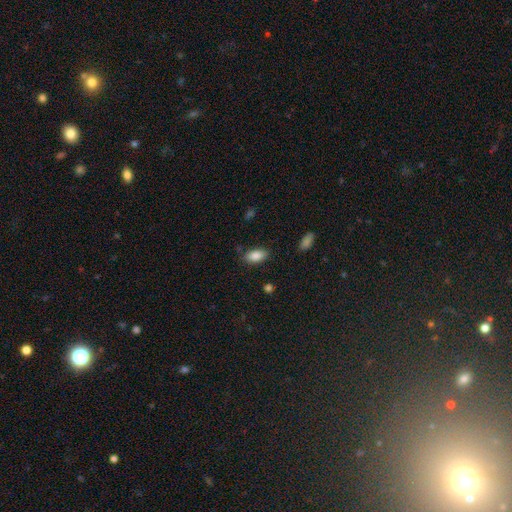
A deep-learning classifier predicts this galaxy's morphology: This appears to be a smooth galaxy with no disk features (87%) that is in between round and cigar-shaped (92%). Merging: none (82%).